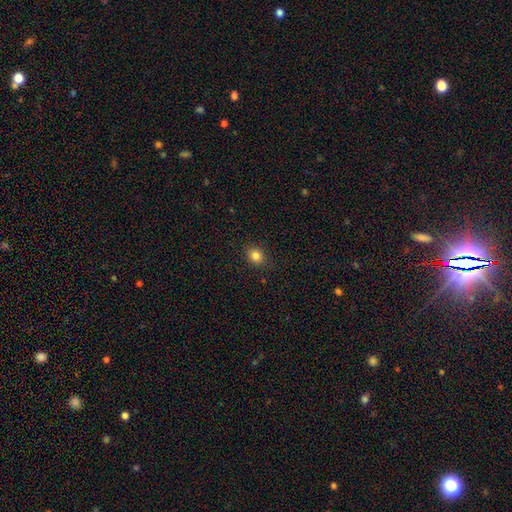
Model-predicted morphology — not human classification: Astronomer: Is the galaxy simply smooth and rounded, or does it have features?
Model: smooth — 84%.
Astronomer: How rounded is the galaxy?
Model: round — 59% (runner-up: in between, 40%).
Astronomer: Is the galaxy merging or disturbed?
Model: none — 87%.